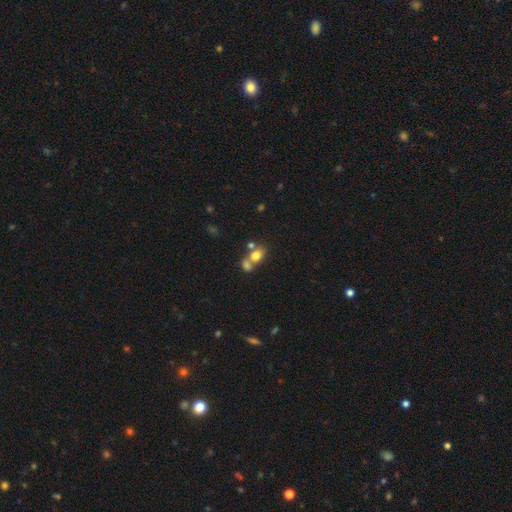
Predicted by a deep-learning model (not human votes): smooth_or_featured: smooth (p=0.74) [alt: featured or disk p=0.14]
how_rounded: in between (p=0.56) [alt: round p=0.42]
merging: merger (p=0.51) [alt: none p=0.35]